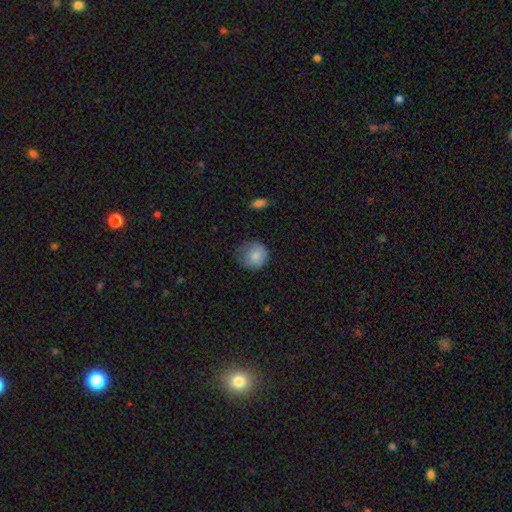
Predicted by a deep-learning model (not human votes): Q: Smooth or featured?
A: smooth (82%); runner-up: featured or disk (9%)
Q: How rounded?
A: round (86%); runner-up: in between (13%)
Q: Merging?
A: none (58%); runner-up: minor disturbance (30%)